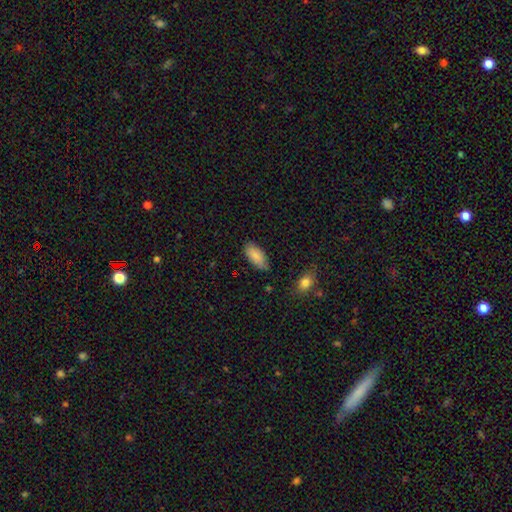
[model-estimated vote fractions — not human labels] Smooth or featured? Predicted: smooth (p=0.86). How rounded? Predicted: in between (p=0.92). Merging? Predicted: none (p=0.76).